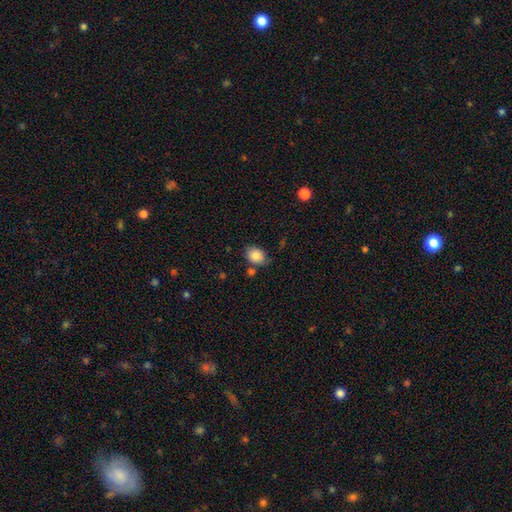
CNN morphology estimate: The model was most divided on "how rounded": in between: 53%, round: 46%, cigar-shaped: 1%. More confident: smooth or featured — smooth (85%); merging — none (65%).